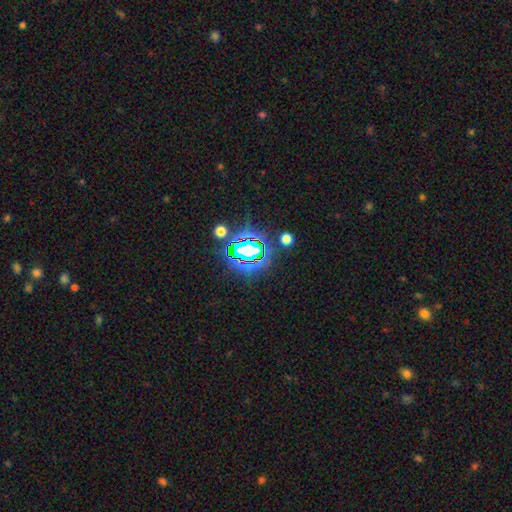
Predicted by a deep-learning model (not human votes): Morphology: type=star or artifact (78%).